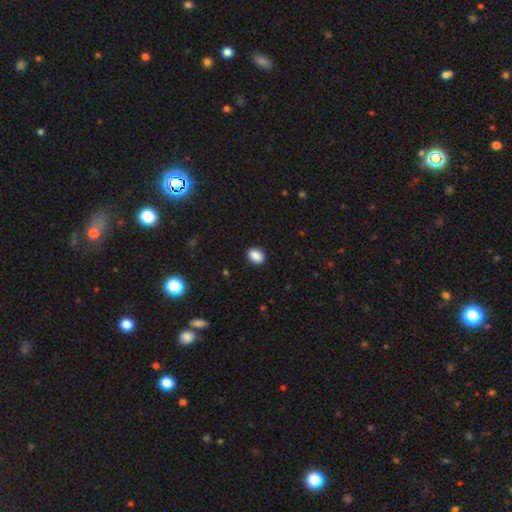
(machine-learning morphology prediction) Smooth or featured? smooth (89%)
How rounded? in between (68%)
Merging? none (90%)